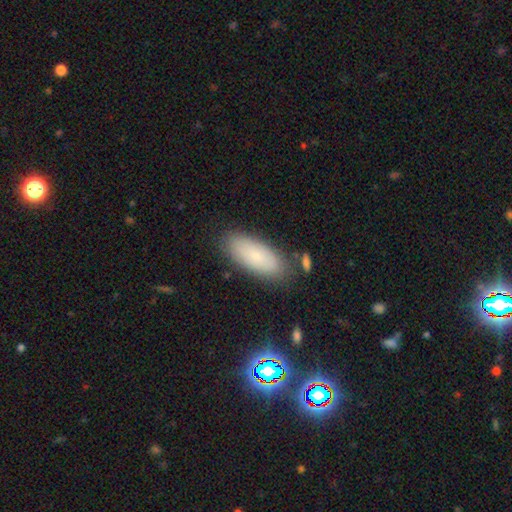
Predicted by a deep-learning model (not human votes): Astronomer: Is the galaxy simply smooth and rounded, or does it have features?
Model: smooth — 76%.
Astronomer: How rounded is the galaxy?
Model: in between — 81%.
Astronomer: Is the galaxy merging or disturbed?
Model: none — 82%.